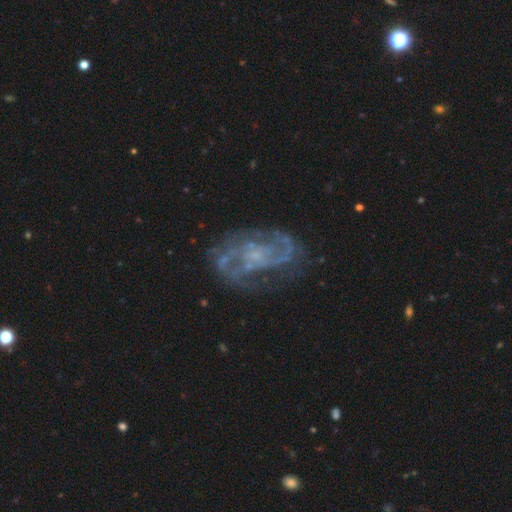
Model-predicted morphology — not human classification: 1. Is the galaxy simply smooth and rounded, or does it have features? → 87% featured or disk, 7% star or artifact, 6% smooth.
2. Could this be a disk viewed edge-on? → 98% no, 2% yes.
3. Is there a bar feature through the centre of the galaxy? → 62% no, 32% weak, 7% strong.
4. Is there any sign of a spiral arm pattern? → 93% yes, 7% no.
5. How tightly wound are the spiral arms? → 51% medium, 28% tight, 21% loose.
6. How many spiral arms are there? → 62% 2, 15% can't tell, 11% 3, 4% 1, 4% 4, 4% more than 4.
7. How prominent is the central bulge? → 62% small, 24% none, 12% moderate, 1% large, 1% dominant.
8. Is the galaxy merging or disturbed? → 66% none, 18% minor disturbance, 13% major disturbance, 3% merger.